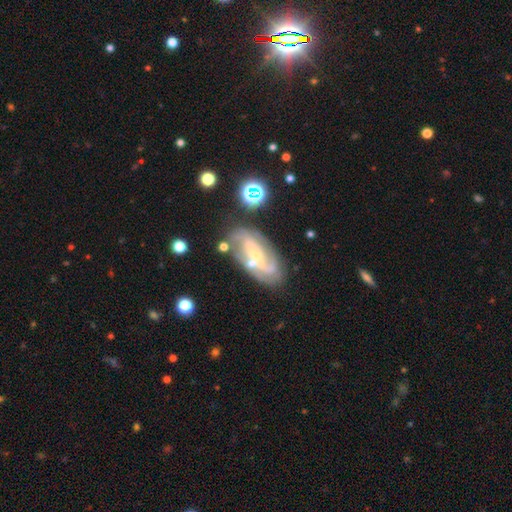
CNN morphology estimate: A featured or disk galaxy (77%) with no bar (43%), 2 (62%) medium (41%) spiral arms (89%) and a small central bulge (72%). Merging: none (63%).